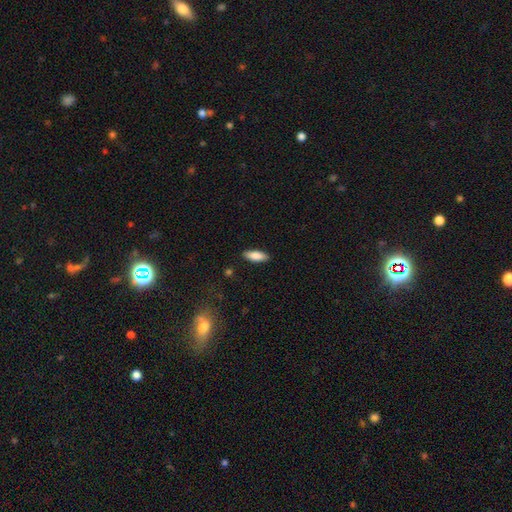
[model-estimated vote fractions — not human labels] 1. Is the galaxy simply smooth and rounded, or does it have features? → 83% smooth, 10% featured or disk, 6% star or artifact.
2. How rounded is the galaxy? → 70% in between, 28% cigar-shaped, 2% round.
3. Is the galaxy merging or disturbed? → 88% none, 9% minor disturbance, 2% major disturbance, 1% merger.